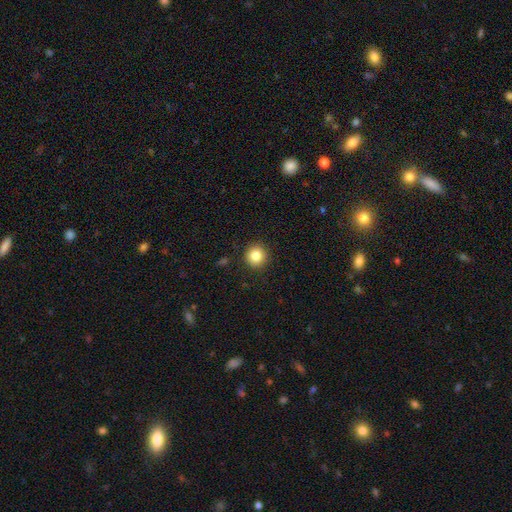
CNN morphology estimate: A smooth galaxy with no disk features (85%) that is round (93%). Merging: none (91%).